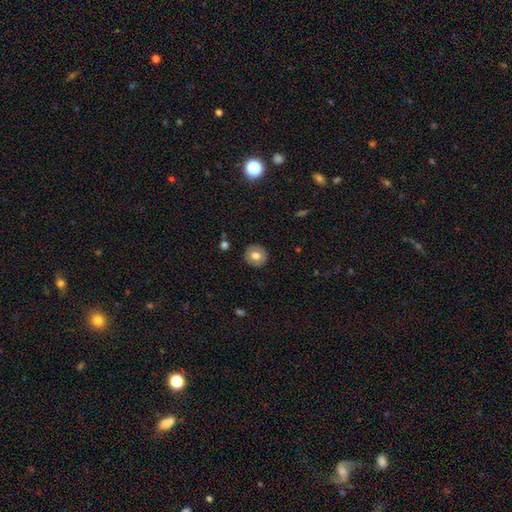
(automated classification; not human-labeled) A smooth galaxy with no disk features (74%) that is round (91%). Merging: none (91%).